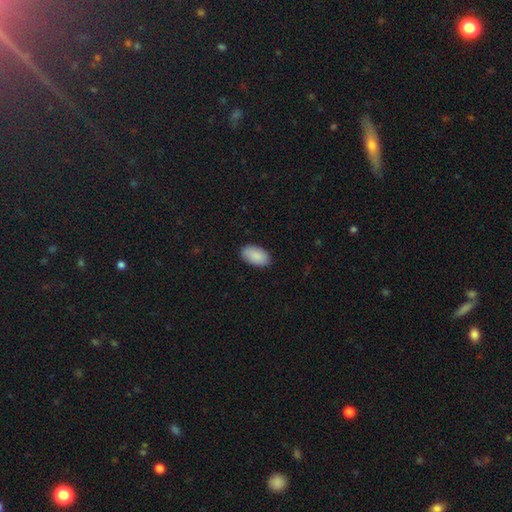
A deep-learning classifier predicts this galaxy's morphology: Smooth or featured? Predicted: smooth (p=0.90). How rounded? Predicted: in between (p=0.95). Merging? Predicted: none (p=0.87).